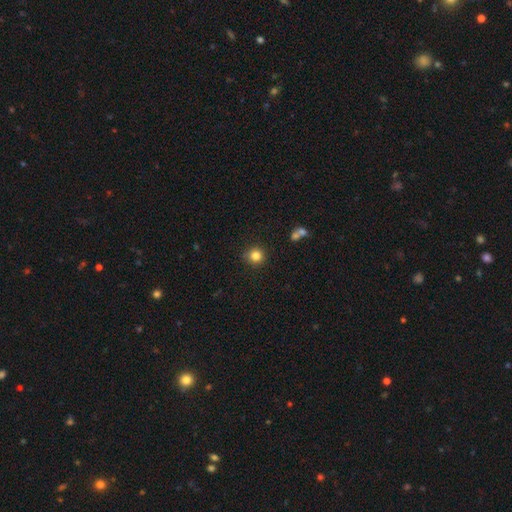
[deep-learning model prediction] smooth-or-featured: smooth: 83% | star or artifact: 12% | featured or disk: 6%
  how-rounded: round: 93% | in between: 6% | cigar-shaped: 1%
  merging: none: 87% | minor disturbance: 8% | merger: 2% | major disturbance: 2%